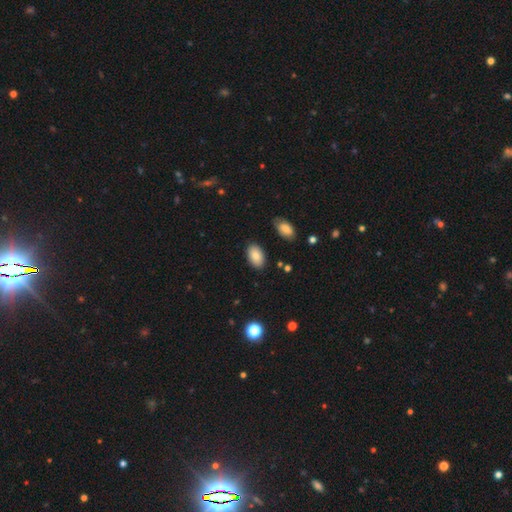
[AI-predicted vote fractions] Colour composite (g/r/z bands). It shows a smooth galaxy with no disk features (84%) that is in between round and cigar-shaped (93%). Merging: none (86%).